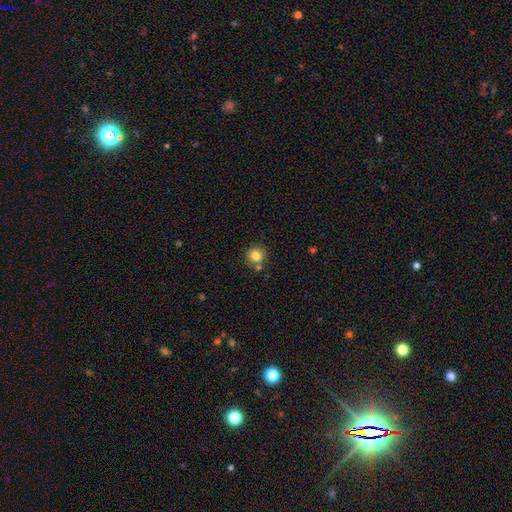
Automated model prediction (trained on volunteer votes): smooth 81%, star or artifact 11%, featured or disk 8%. Down the decision tree: how rounded — round (87%); merging — none (72%).